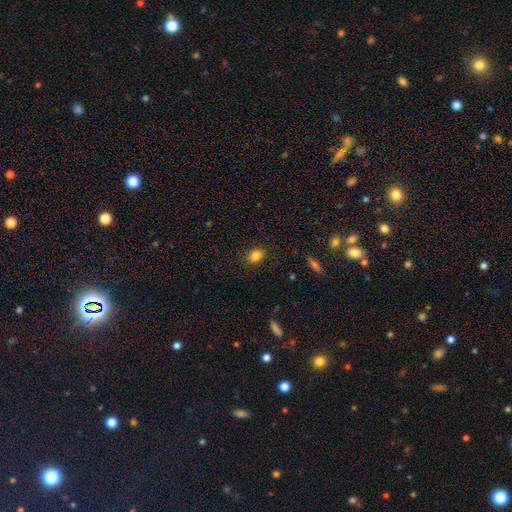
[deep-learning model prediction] smooth-or-featured: smooth: 84% | star or artifact: 11% | featured or disk: 5%
  how-rounded: in between: 60% | round: 39% | cigar-shaped: 1%
  merging: none: 85% | minor disturbance: 11% | major disturbance: 3% | merger: 1%